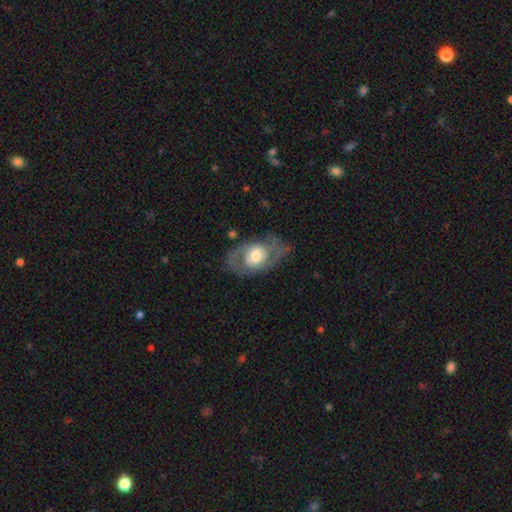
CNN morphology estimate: Smooth or featured: featured or disk — 70% (smooth — 24%)
Edge-on disk: no — 95% (yes — 5%)
Bar: no — 66% (weak — 27%)
Spiral arms: yes — 68% (no — 32%)
Bulge size: moderate — 53% (large — 32%)
Merging: none — 66% (minor disturbance — 18%)